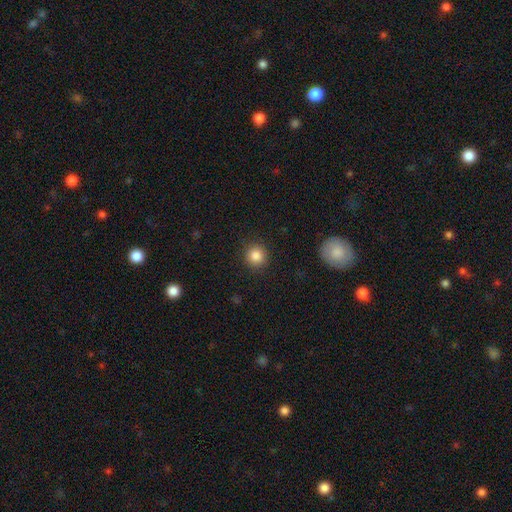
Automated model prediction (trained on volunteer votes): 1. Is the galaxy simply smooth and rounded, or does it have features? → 85% smooth, 11% star or artifact, 5% featured or disk.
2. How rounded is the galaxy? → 93% round, 6% in between, 1% cigar-shaped.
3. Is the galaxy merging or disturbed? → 90% none, 6% minor disturbance, 2% major disturbance, 1% merger.